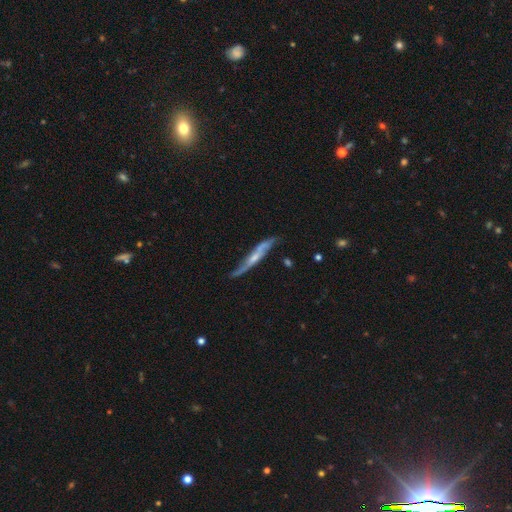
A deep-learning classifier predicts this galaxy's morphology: Smooth or featured?
  - featured or disk: 75% *
  - smooth: 19%
  - star or artifact: 6%
Edge-on disk?
  - yes: 61% *
  - no: 39%
Merging?
  - none: 66% *
  - minor disturbance: 24%
  - major disturbance: 7%
  - merger: 3%